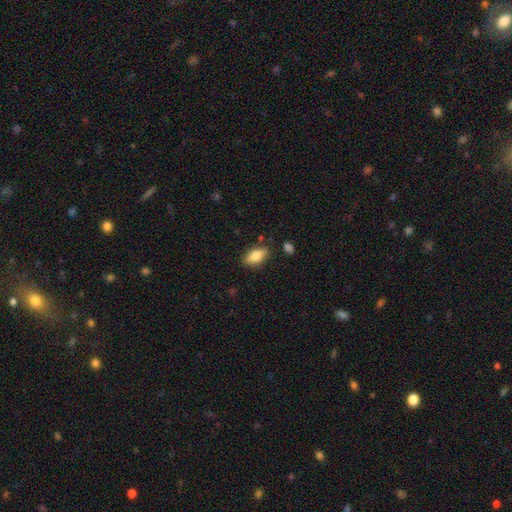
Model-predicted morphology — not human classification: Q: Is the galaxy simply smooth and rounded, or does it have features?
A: smooth — 79%.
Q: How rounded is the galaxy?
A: in between — 87%.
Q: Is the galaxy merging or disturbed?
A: none — 81%.